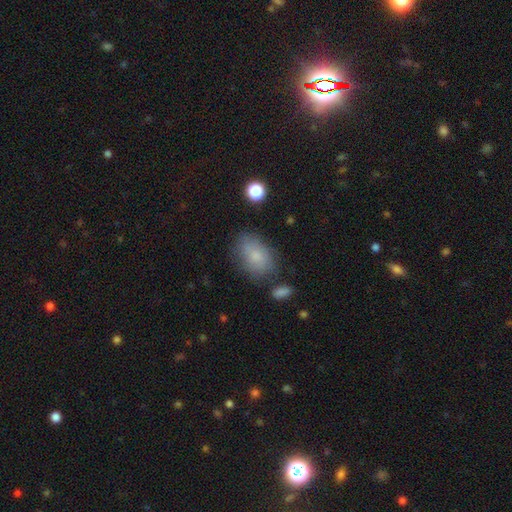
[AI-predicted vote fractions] This appears to be a smooth galaxy with no disk features (79%) that is in between round and cigar-shaped (84%). Merging: none (64%).